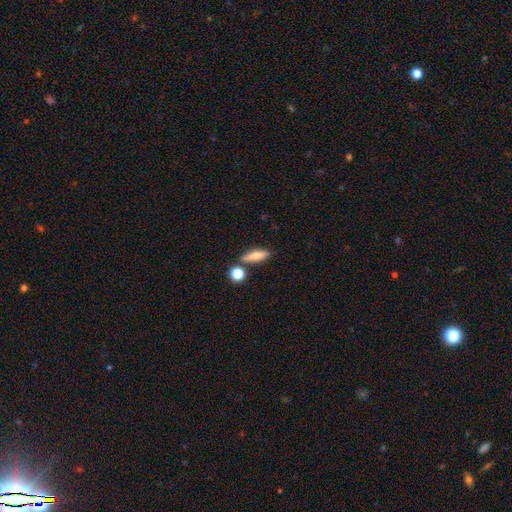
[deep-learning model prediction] Smooth or featured? smooth (76%)
How rounded? cigar-shaped (50%)
Merging? none (73%)